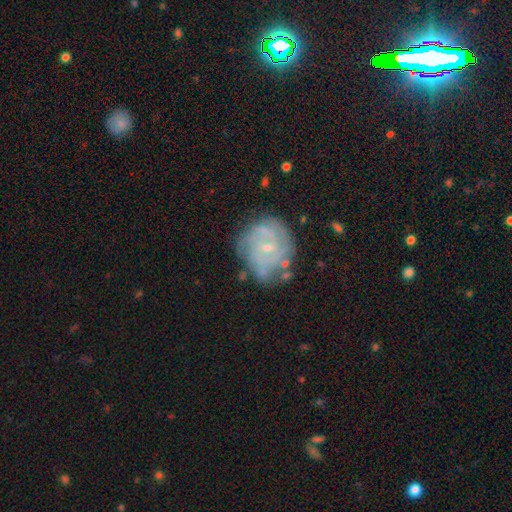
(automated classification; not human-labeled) Smooth or featured? Predicted: featured or disk (p=0.71). Edge-on disk? Predicted: no (p=0.97). Bar? Predicted: no (p=0.70). Spiral arms? Predicted: yes (p=0.85). Spiral winding? Predicted: tight (p=0.62). Spiral arm count? Predicted: can't tell (p=0.44). Bulge size? Predicted: small (p=0.76). Merging? Predicted: none (p=0.69).